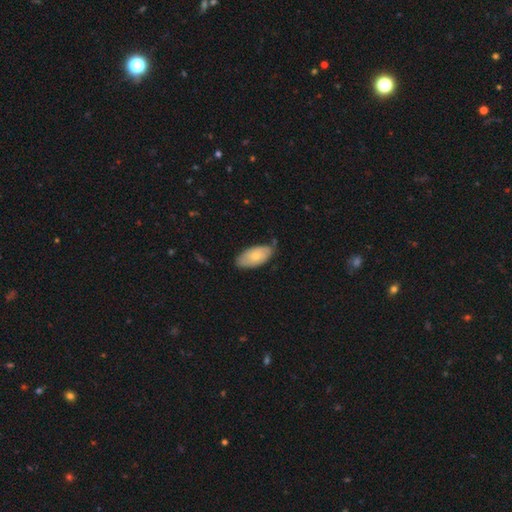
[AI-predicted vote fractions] Q: Smooth or featured?
A: smooth (67%); runner-up: featured or disk (27%)
Q: How rounded?
A: in between (93%); runner-up: cigar-shaped (5%)
Q: Merging?
A: none (67%); runner-up: minor disturbance (27%)